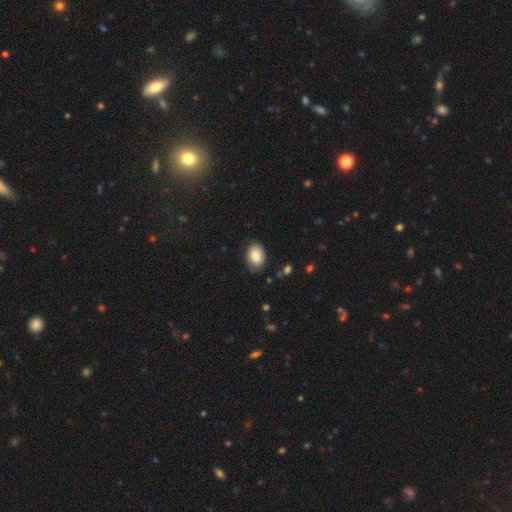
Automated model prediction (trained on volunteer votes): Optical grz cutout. It shows a smooth galaxy with no disk features (83%) that is in between round and cigar-shaped (80%). Merging: none (77%).